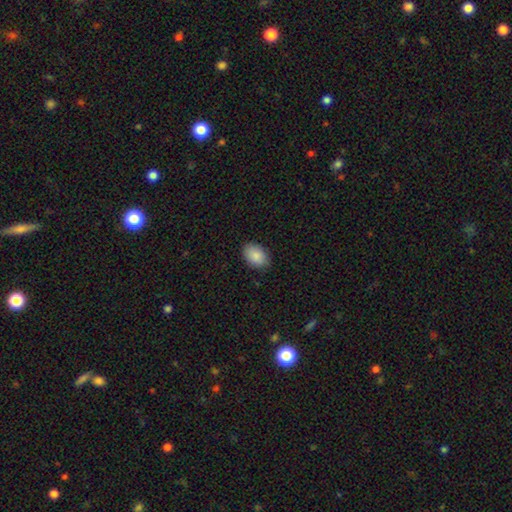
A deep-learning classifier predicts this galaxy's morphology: type=smooth (89%); roundness=in between (84%); merging=none (87%).